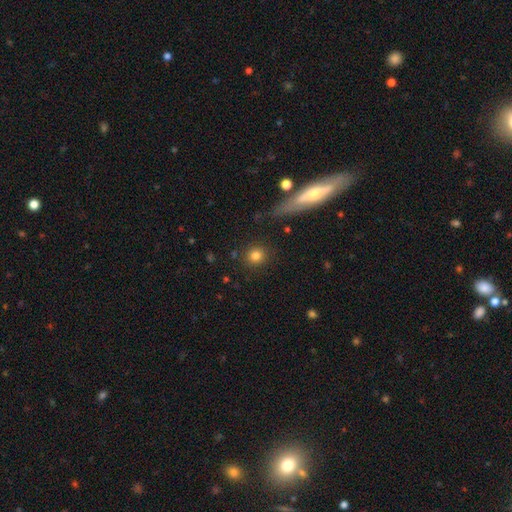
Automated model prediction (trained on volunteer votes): Morphology: type=smooth (82%); roundness=round (86%); merging=none (87%).